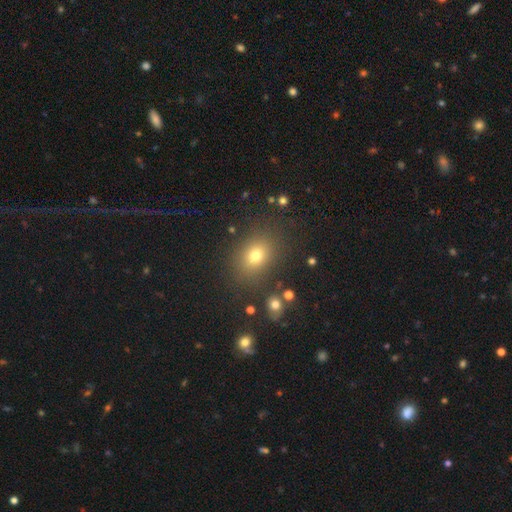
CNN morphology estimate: Smooth or featured? smooth (73%)
How rounded? in between (58%)
Merging? none (82%)